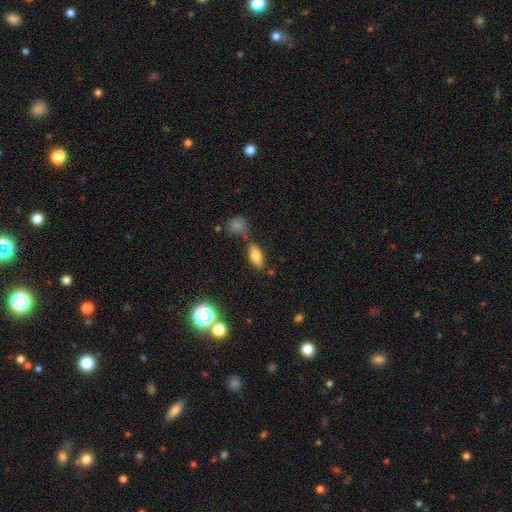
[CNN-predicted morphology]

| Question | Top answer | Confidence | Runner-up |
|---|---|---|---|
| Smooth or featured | smooth | 78% | featured or disk (12%) |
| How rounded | in between | 84% | cigar-shaped (13%) |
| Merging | none | 67% | minor disturbance (16%) |